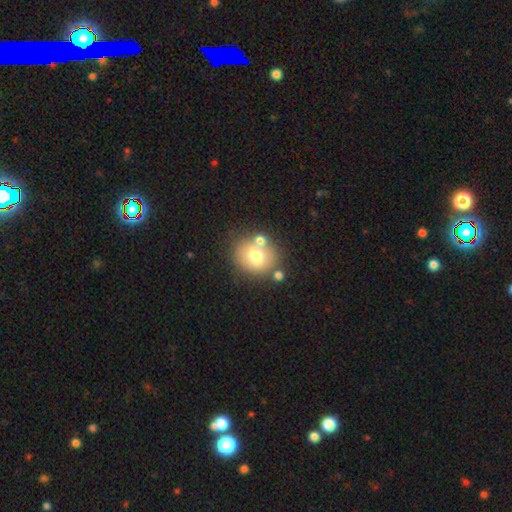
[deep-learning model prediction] A smooth galaxy with no disk features (68%) that is round (77%).

Vote fractions:
- Smooth or featured? smooth: 68% / featured or disk: 21% / star or artifact: 10%
- How rounded? round: 77% / in between: 22% / cigar-shaped: 1%
- Merging? none: 66% / merger: 15% / minor disturbance: 13% / major disturbance: 5%